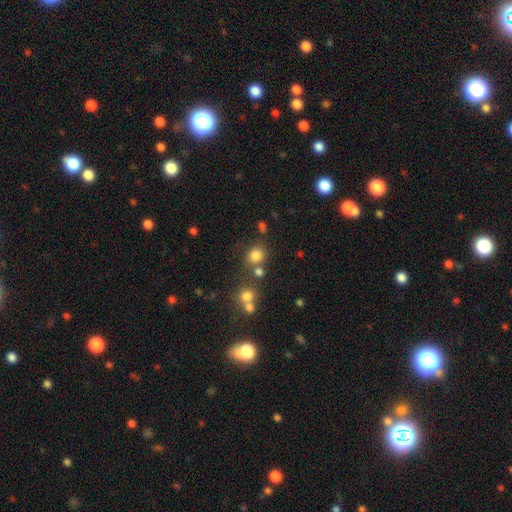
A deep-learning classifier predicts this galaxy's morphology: A smooth galaxy with no disk features (79%) that is round (76%). Merging: none (67%).